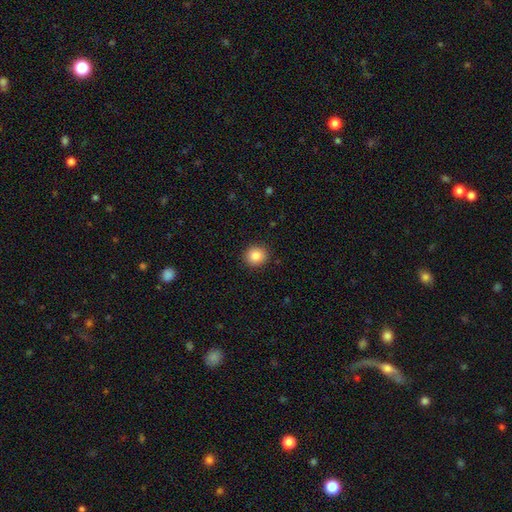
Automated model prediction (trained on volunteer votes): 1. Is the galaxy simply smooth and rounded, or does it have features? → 86% smooth, 9% star or artifact, 5% featured or disk.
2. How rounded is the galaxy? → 85% round, 14% in between, 1% cigar-shaped.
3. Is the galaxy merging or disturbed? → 91% none, 6% minor disturbance, 2% major disturbance, 1% merger.